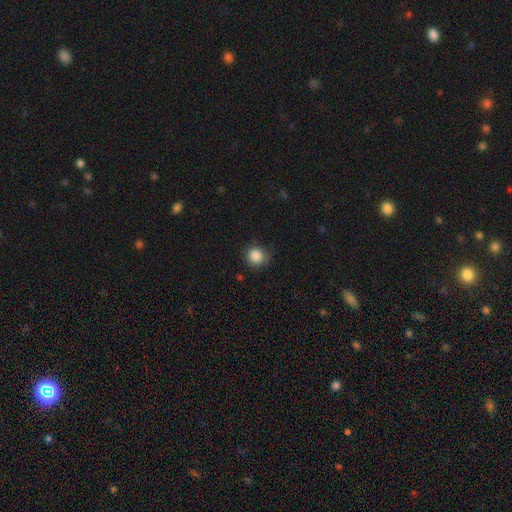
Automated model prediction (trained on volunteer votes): Smooth or featured? smooth (86%)
How rounded? round (90%)
Merging? none (77%)